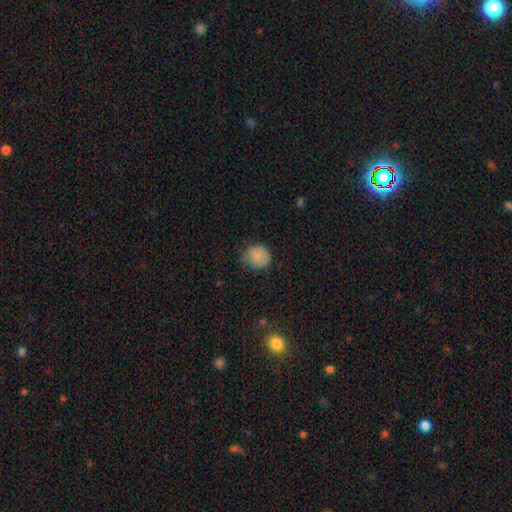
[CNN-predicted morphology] type=smooth (83%); roundness=round (82%); merging=none (69%).